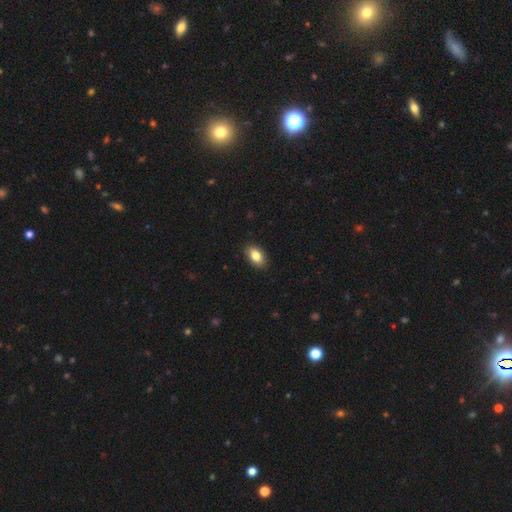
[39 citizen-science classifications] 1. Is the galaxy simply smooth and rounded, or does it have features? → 85% smooth, 10% star or artifact, 5% featured or disk.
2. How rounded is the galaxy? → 97% in between, 3% round, 0% cigar-shaped.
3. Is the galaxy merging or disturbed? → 97% none, 3% minor disturbance, 0% major disturbance, 0% merger.